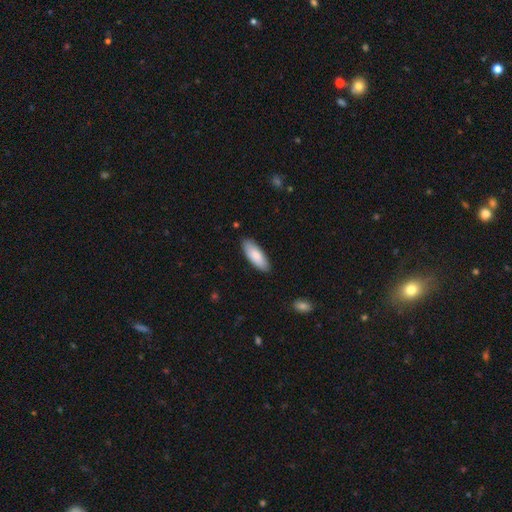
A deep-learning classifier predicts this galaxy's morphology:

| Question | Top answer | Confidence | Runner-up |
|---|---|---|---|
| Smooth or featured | smooth | 85% | featured or disk (10%) |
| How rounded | in between | 71% | cigar-shaped (28%) |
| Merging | none | 87% | minor disturbance (10%) |